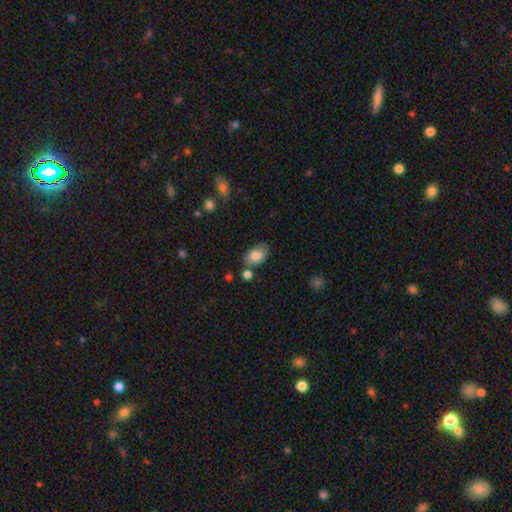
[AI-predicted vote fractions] Smooth or featured?
  - smooth: 81% *
  - featured or disk: 12%
  - star or artifact: 7%
How rounded?
  - in between: 91% *
  - round: 8%
  - cigar-shaped: 1%
Merging?
  - none: 72% *
  - minor disturbance: 16%
  - merger: 8%
  - major disturbance: 4%